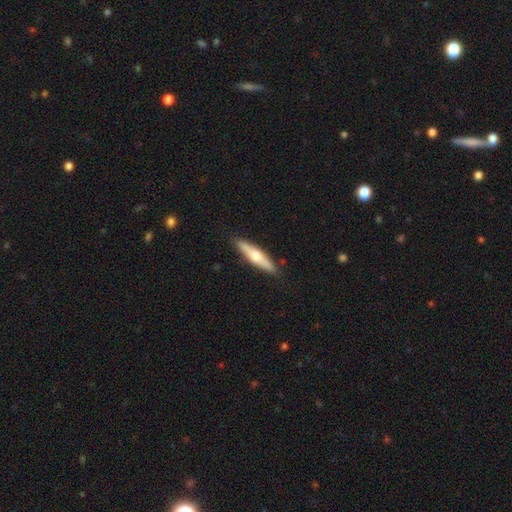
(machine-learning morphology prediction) featured or disk 48%, smooth 47%, star or artifact 5%. Down the decision tree: merging — none (88%).